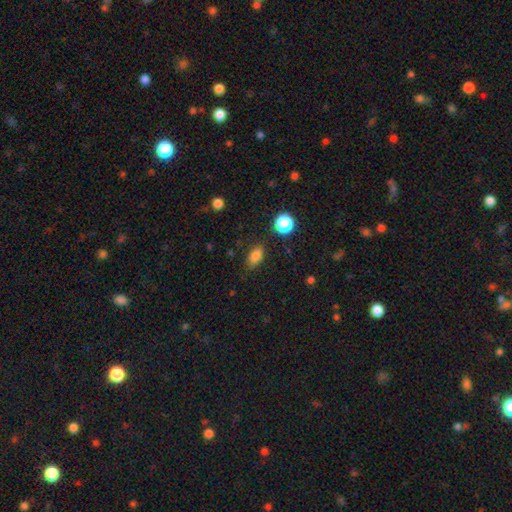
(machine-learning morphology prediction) A smooth galaxy with no disk features (82%) that is in between round and cigar-shaped (85%).

Vote fractions:
- Smooth or featured? smooth: 82% / star or artifact: 12% / featured or disk: 5%
- How rounded? in between: 85% / round: 11% / cigar-shaped: 5%
- Merging? none: 84% / minor disturbance: 11% / major disturbance: 3% / merger: 2%